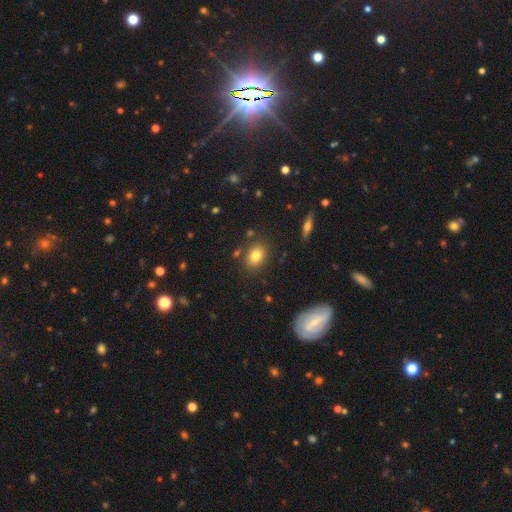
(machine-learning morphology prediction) The model was most divided on "how rounded": in between: 59%, round: 40%, cigar-shaped: 1%. More confident: merging — none (84%); smooth or featured — smooth (80%).